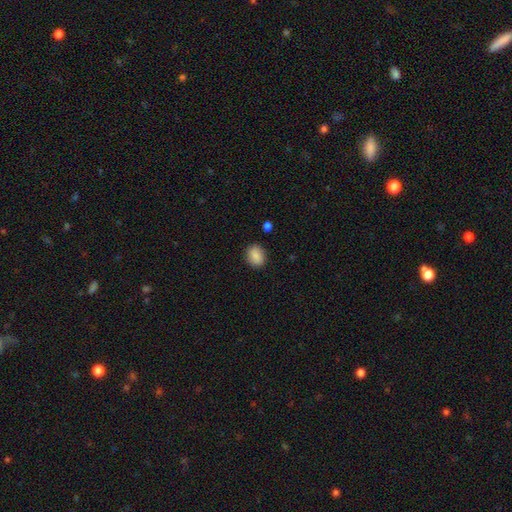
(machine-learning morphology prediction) type=smooth (87%); roundness=round (56%); merging=none (86%).